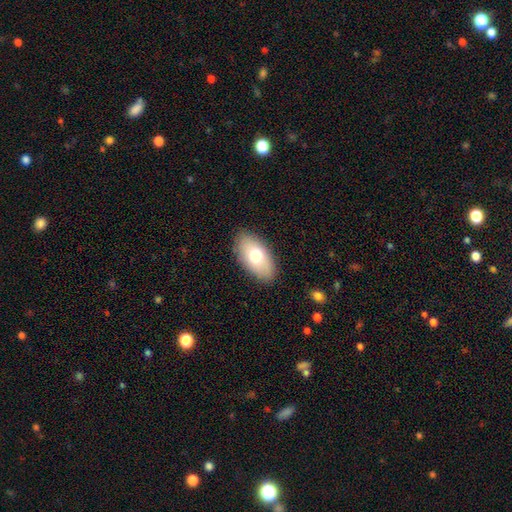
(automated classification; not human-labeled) smooth 70%, featured or disk 23%, star or artifact 7%. Down the decision tree: how rounded — in between (93%); merging — none (86%).